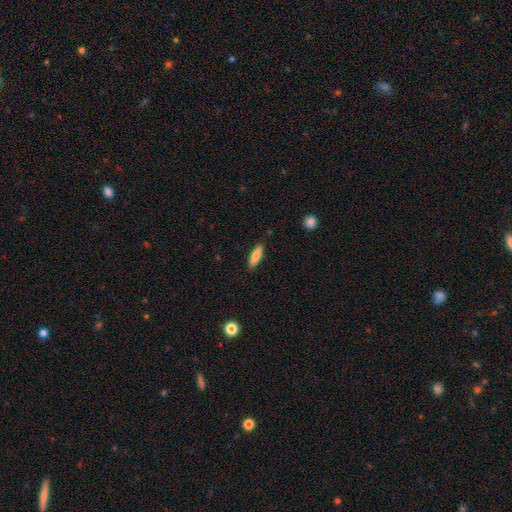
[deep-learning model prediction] smooth-or-featured: smooth: 81% | featured or disk: 13% | star or artifact: 6%
  how-rounded: cigar-shaped: 58% | in between: 41% | round: 2%
  merging: none: 87% | minor disturbance: 9% | major disturbance: 2% | merger: 1%